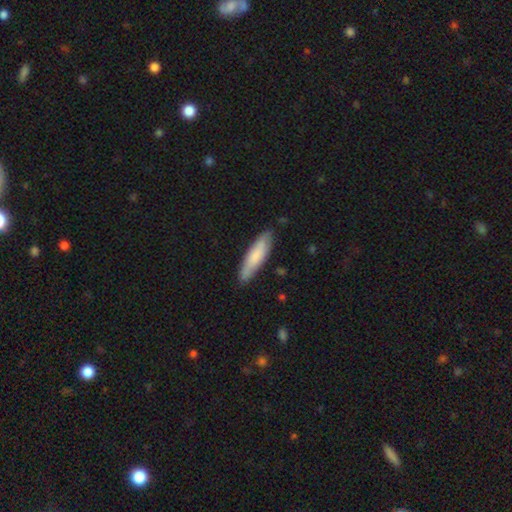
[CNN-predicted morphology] This is likely a smooth galaxy (74%). How rounded: likely cigar-shaped (69%). Merging: clearly none (83%).